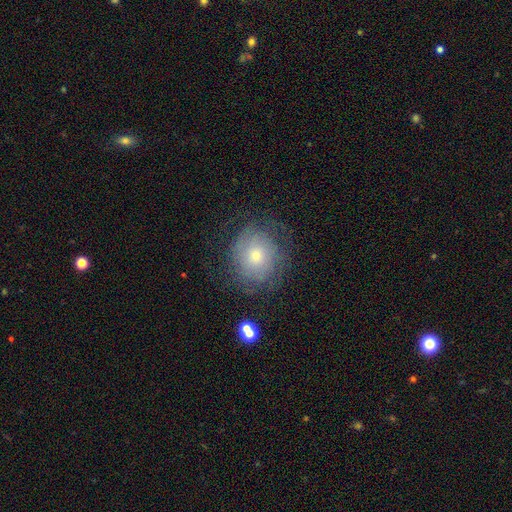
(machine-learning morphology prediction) smooth_or_featured: featured or disk (p=0.49) [alt: smooth p=0.41]
merging: none (p=0.71) [alt: minor disturbance p=0.17]